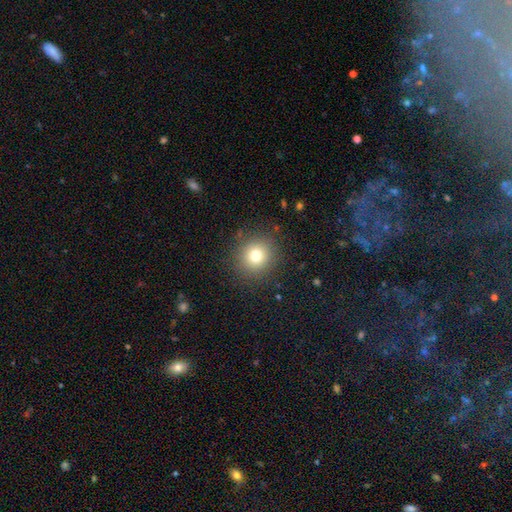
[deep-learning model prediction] This is likely a smooth galaxy (77%). How rounded: clearly round (91%). Merging: clearly none (88%).